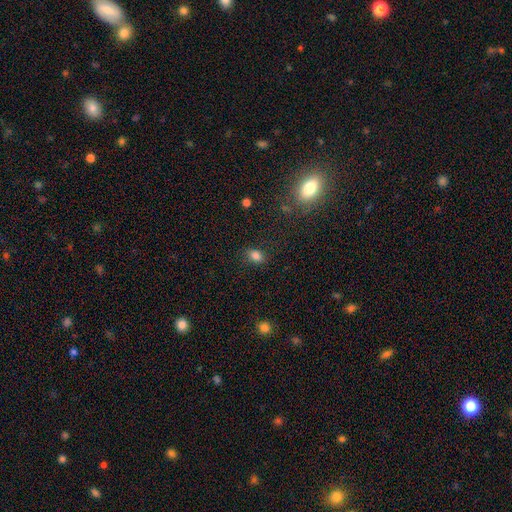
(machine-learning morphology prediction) smooth_or_featured: smooth (p=0.82) [alt: star or artifact p=0.13]
how_rounded: in between (p=0.74) [alt: round p=0.24]
merging: none (p=0.81) [alt: minor disturbance p=0.13]